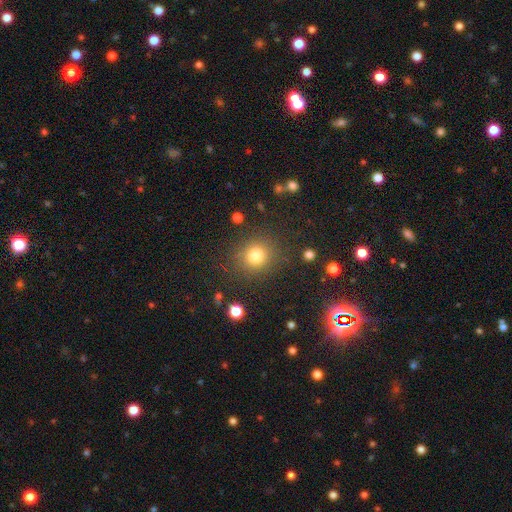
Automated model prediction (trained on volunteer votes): This is likely a smooth galaxy (80%). How rounded: clearly round (86%). Merging: clearly none (85%).